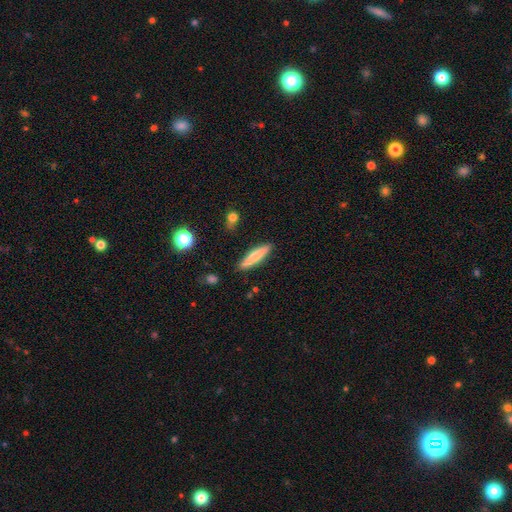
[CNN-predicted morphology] smooth 66%, featured or disk 27%, star or artifact 6%. Down the decision tree: how rounded — cigar-shaped (82%); merging — none (88%).